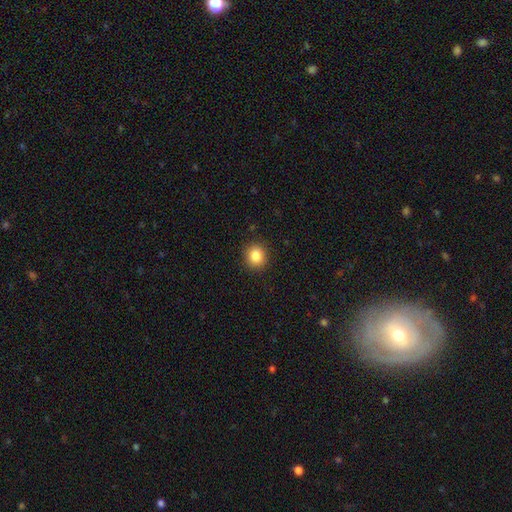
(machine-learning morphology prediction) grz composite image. It shows a smooth galaxy with no disk features (85%) that is round (87%). Merging: none (91%).